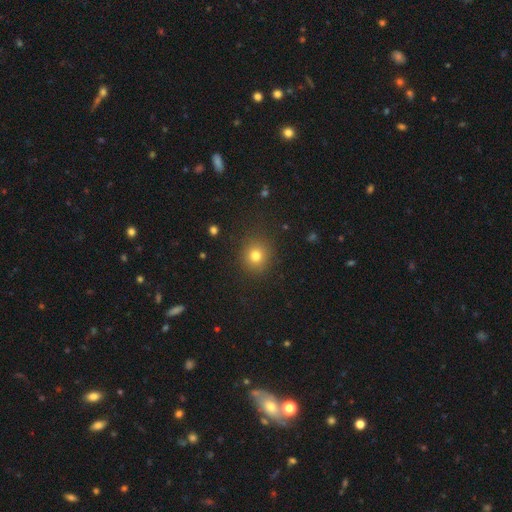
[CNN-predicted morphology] A smooth galaxy with no disk features (78%) that is round (87%). Merging: none (88%).